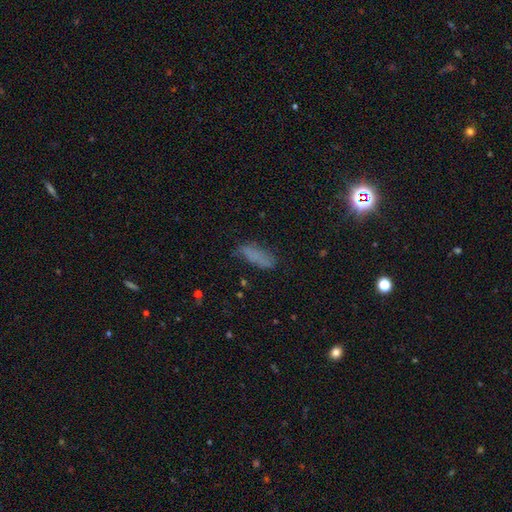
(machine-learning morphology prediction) Smooth or featured? Predicted: smooth (p=0.69). How rounded? Predicted: in between (p=0.59). Merging? Predicted: none (p=0.60).